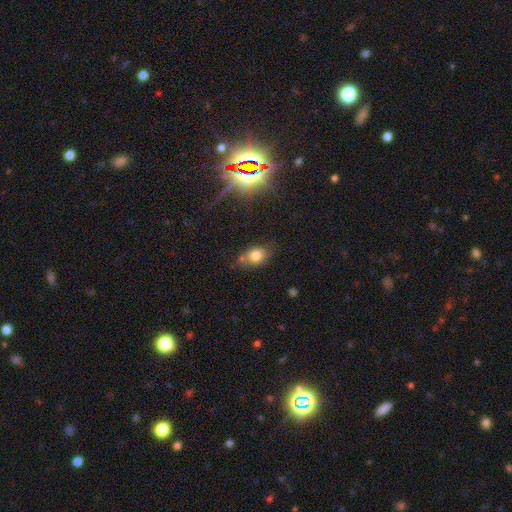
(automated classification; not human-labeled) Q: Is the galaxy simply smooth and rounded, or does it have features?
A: smooth — 75%.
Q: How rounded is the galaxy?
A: in between — 68%.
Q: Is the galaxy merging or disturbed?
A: none — 65%.